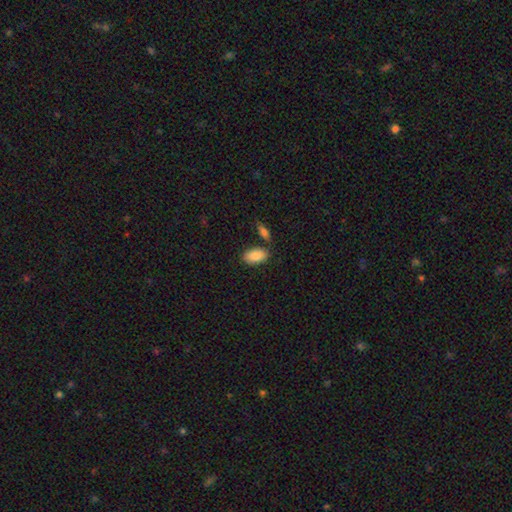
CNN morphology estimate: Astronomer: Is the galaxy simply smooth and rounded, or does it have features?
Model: smooth — 89%.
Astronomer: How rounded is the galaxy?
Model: in between — 94%.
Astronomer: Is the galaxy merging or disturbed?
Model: none — 74%.